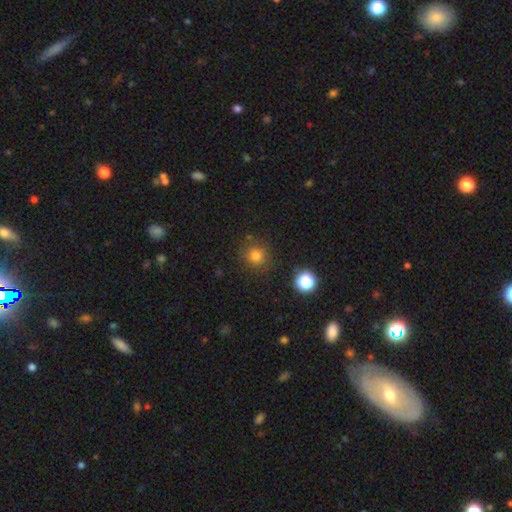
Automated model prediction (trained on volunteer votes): Smooth or featured? smooth (80%)
How rounded? round (91%)
Merging? none (86%)